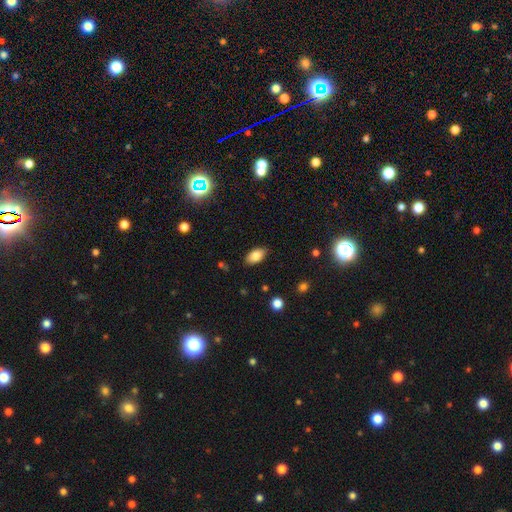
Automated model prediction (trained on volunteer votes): Smooth or featured: smooth — 82% (featured or disk — 9%)
How rounded: in between — 92% (round — 5%)
Merging: none — 86% (minor disturbance — 10%)